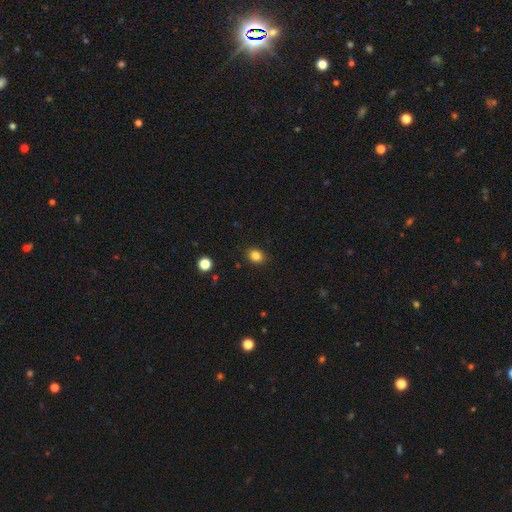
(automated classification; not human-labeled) Overall: smooth (84%). How rounded: round (52%; in between 47%). Merging: none (89%).